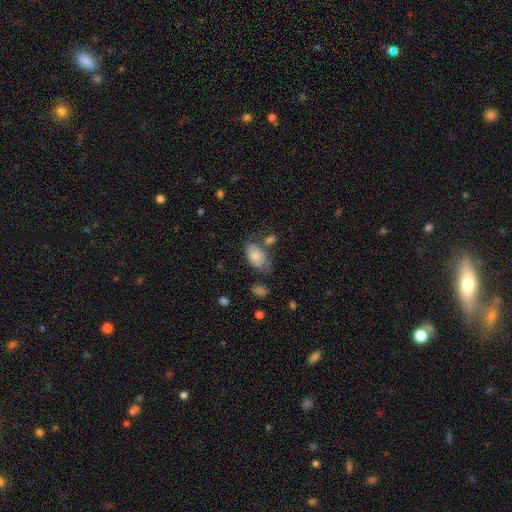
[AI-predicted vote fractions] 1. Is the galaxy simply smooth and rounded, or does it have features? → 77% smooth, 16% featured or disk, 7% star or artifact.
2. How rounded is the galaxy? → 92% in between, 6% round, 2% cigar-shaped.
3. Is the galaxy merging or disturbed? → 47% none, 27% minor disturbance, 14% merger, 12% major disturbance.